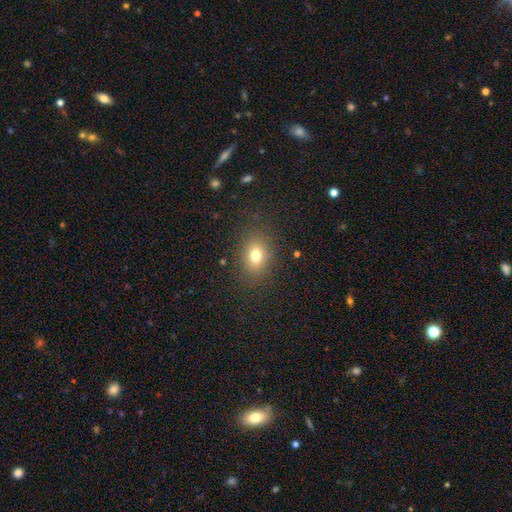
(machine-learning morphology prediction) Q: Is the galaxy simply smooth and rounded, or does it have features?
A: smooth — 75%.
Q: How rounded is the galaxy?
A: in between — 66%.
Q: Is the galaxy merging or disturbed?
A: none — 84%.